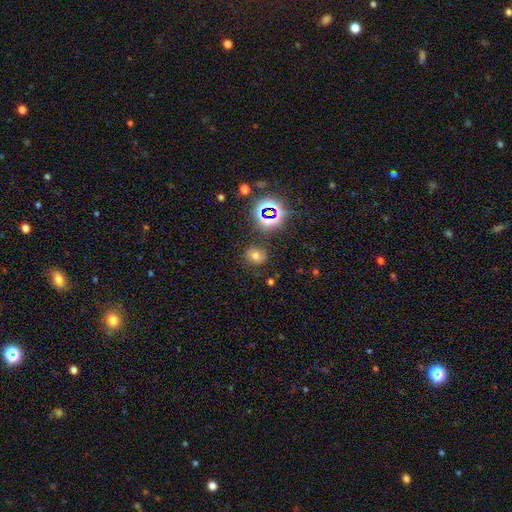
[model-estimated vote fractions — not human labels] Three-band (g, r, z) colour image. It shows a smooth galaxy with no disk features (61%) that is round (66%). Merging: none (82%).